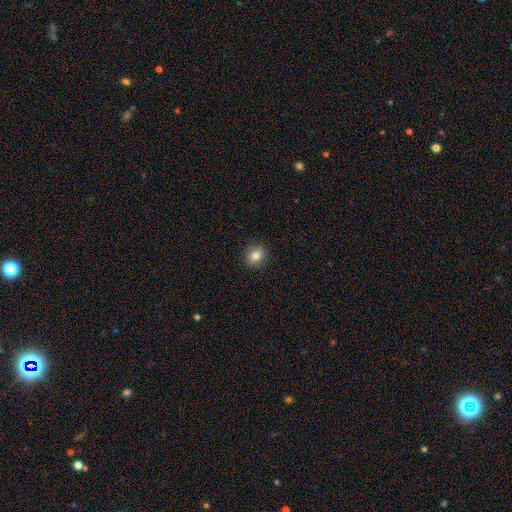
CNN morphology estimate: Smooth or featured? Predicted: smooth (p=0.81). How rounded? Predicted: round (p=0.78). Merging? Predicted: none (p=0.91).